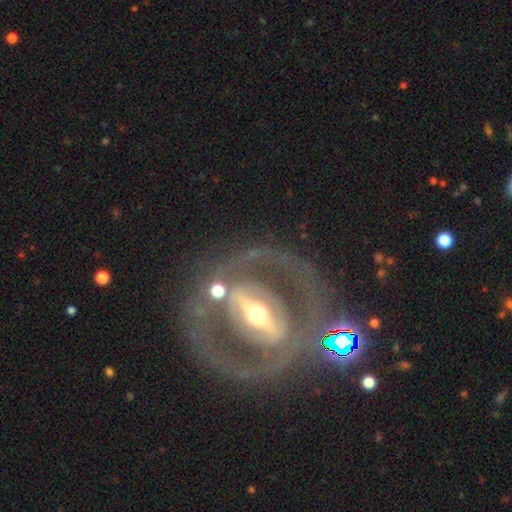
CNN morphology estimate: smooth_or_featured: featured or disk (p=0.85) [alt: smooth p=0.09]
disk_edge_on: no (p=0.90) [alt: yes p=0.10]
bar: strong (p=0.69) [alt: weak p=0.19]
has_spiral_arms: yes (p=0.57) [alt: no p=0.43]
bulge_size: moderate (p=0.54) [alt: small p=0.36]
merging: none (p=0.69) [alt: minor disturbance p=0.13]